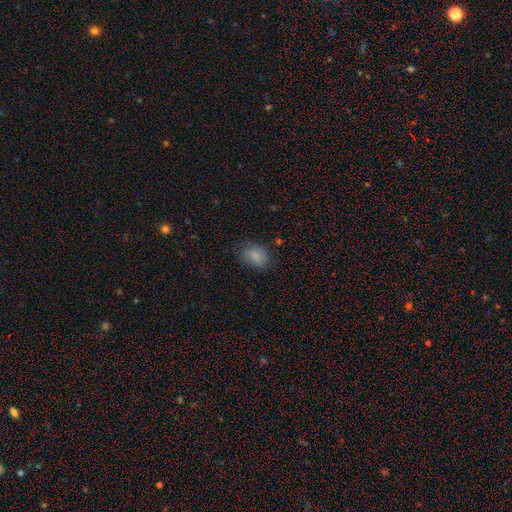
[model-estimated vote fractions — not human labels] smooth-or-featured: smooth: 83% | star or artifact: 10% | featured or disk: 7%
  how-rounded: in between: 62% | round: 37% | cigar-shaped: 1%
  merging: none: 69% | minor disturbance: 23% | major disturbance: 7% | merger: 2%